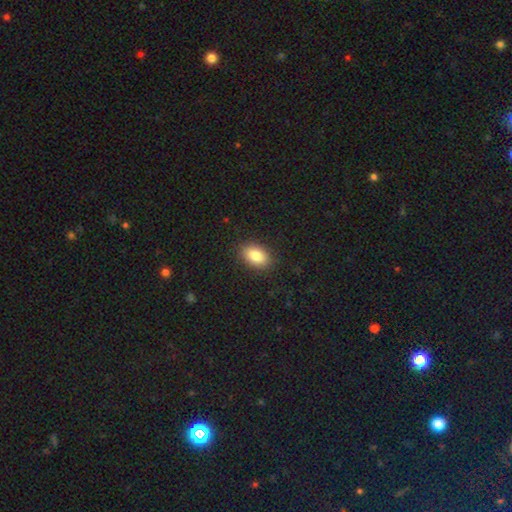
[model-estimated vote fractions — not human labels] A smooth galaxy with no disk features (85%) that is in between round and cigar-shaped (87%). Merging: none (88%).